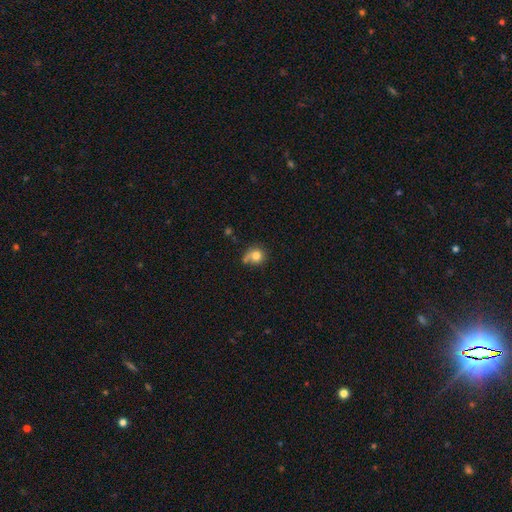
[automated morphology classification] A smooth galaxy with no disk features (79%) that is round (82%). Merging: none (48%).